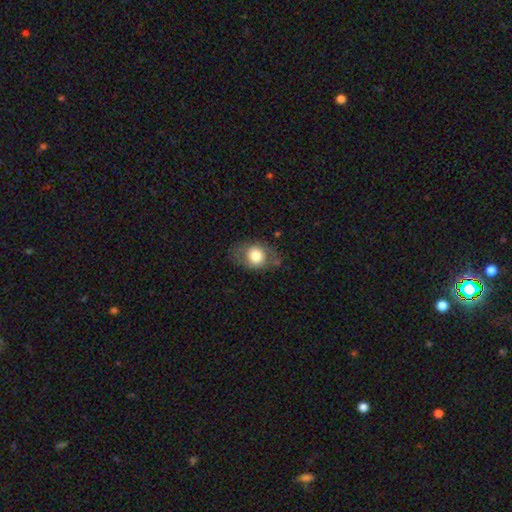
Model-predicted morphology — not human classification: The model was most divided on "how rounded": in between: 60%, round: 39%, cigar-shaped: 1%. More confident: merging — none (70%); smooth or featured — smooth (64%).